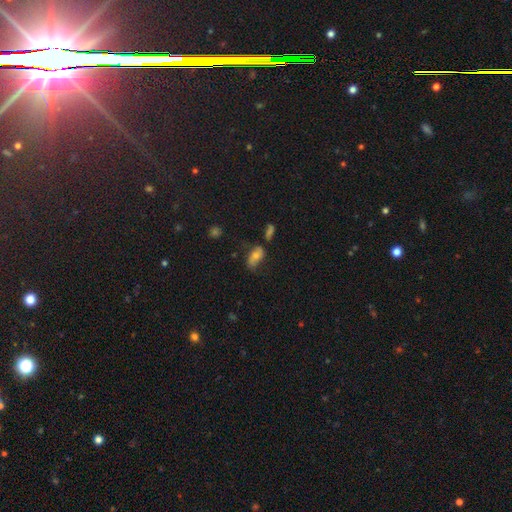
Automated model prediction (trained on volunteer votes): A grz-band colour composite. It shows a smooth galaxy with no disk features (60%) that is in between round and cigar-shaped (89%). Merging: none (52%).